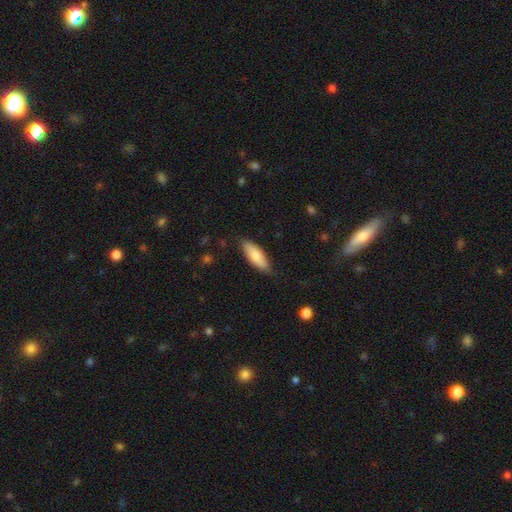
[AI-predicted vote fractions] Smooth or featured? Predicted: smooth (p=0.77). How rounded? Predicted: in between (p=0.68). Merging? Predicted: none (p=0.79).